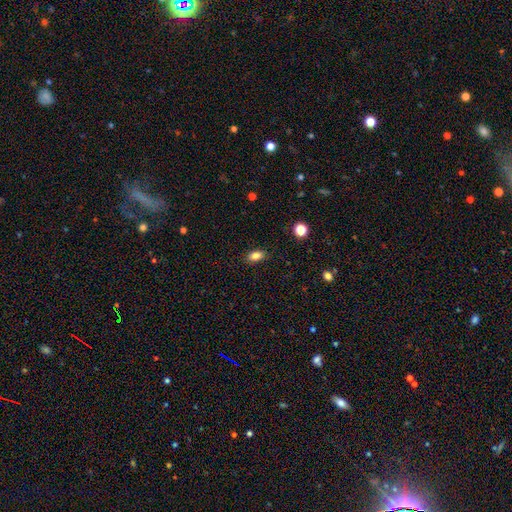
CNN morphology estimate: The model was most divided on "smooth or featured": smooth: 84%, star or artifact: 10%, featured or disk: 6%. More confident: merging — none (88%); how rounded — in between (87%).